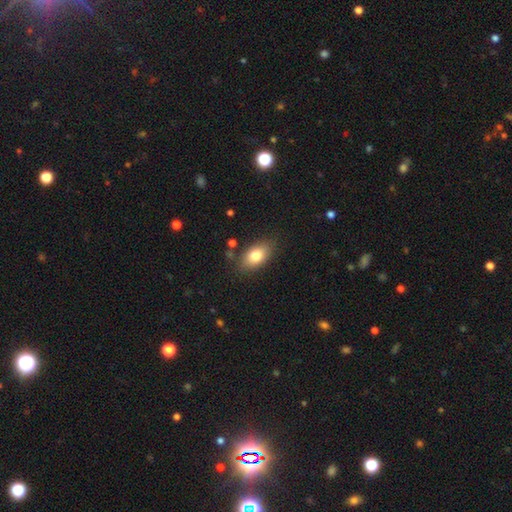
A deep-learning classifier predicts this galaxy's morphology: Smooth or featured?
  - smooth: 79% *
  - featured or disk: 13%
  - star or artifact: 8%
How rounded?
  - in between: 88% *
  - round: 9%
  - cigar-shaped: 3%
Merging?
  - none: 81% *
  - minor disturbance: 13%
  - major disturbance: 3%
  - merger: 3%